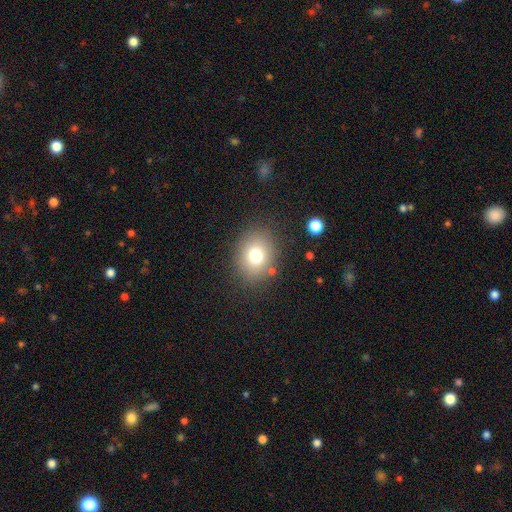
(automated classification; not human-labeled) smooth_or_featured: smooth (p=0.75) [alt: star or artifact p=0.13]
how_rounded: round (p=0.59) [alt: in between p=0.41]
merging: none (p=0.83) [alt: minor disturbance p=0.10]